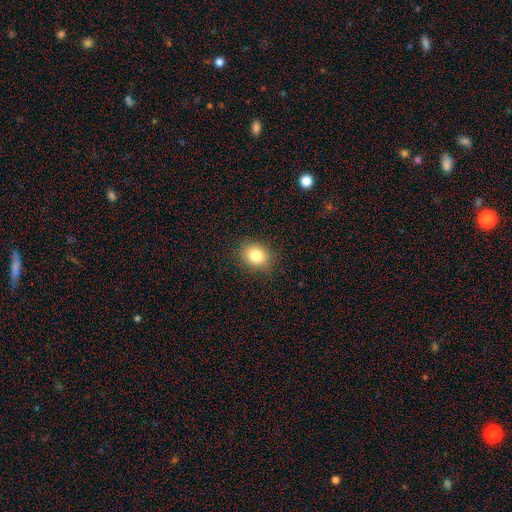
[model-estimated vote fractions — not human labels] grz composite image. It shows a smooth galaxy with no disk features (82%) that is round (58%). Merging: none (86%).